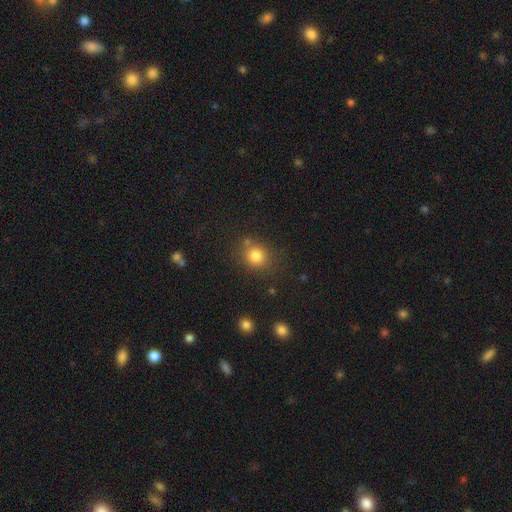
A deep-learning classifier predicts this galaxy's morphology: smooth-or-featured: smooth: 81% | star or artifact: 13% | featured or disk: 6%
  how-rounded: round: 79% | in between: 20% | cigar-shaped: 1%
  merging: none: 78% | minor disturbance: 11% | merger: 7% | major disturbance: 4%